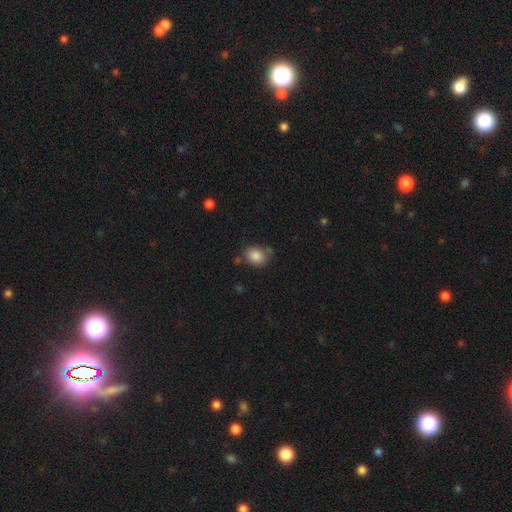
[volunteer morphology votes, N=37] A smooth galaxy with no disk features (89%) that is round (61%). Merging: none (61%).